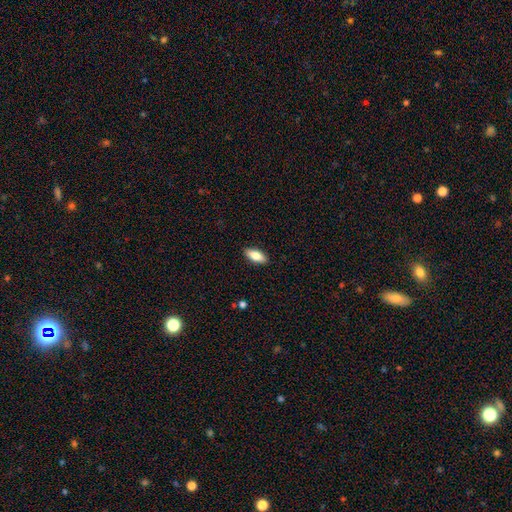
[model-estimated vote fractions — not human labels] Smooth or featured?
  - smooth: 80% *
  - featured or disk: 14%
  - star or artifact: 6%
How rounded?
  - in between: 84% *
  - cigar-shaped: 14%
  - round: 2%
Merging?
  - none: 89% *
  - minor disturbance: 8%
  - major disturbance: 2%
  - merger: 1%